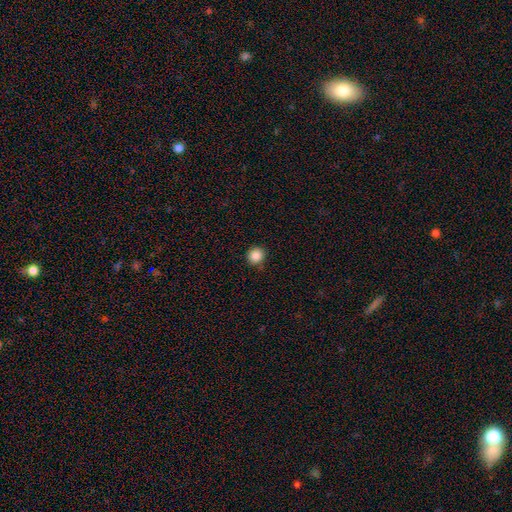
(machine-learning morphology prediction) smooth_or_featured: smooth (p=0.86) [alt: star or artifact p=0.10]
how_rounded: round (p=0.92) [alt: in between p=0.07]
merging: none (p=0.84) [alt: minor disturbance p=0.12]